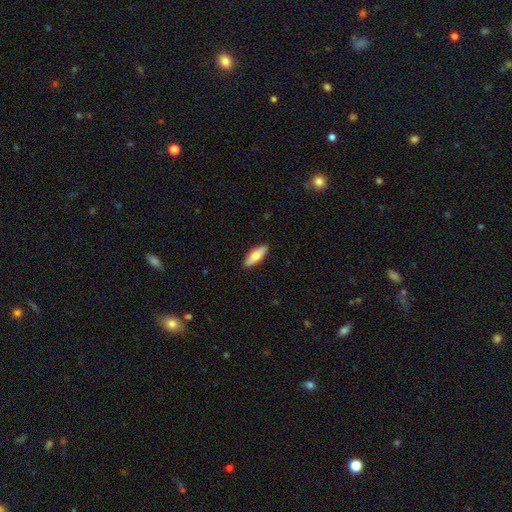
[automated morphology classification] Smooth or featured? Predicted: smooth (p=0.73). How rounded? Predicted: in between (p=0.61). Merging? Predicted: none (p=0.90).